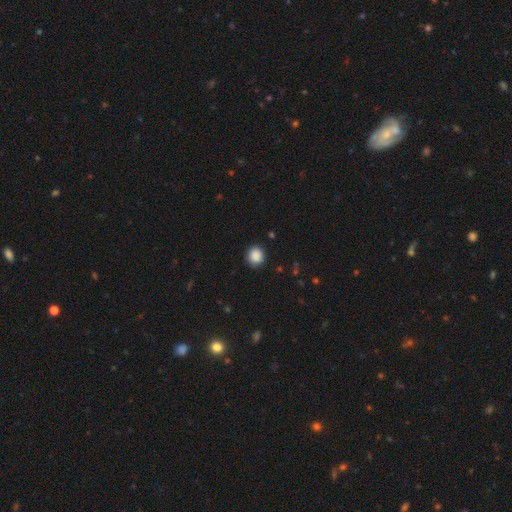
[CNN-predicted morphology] Smooth or featured? Predicted: smooth (p=0.88). How rounded? Predicted: round (p=0.85). Merging? Predicted: none (p=0.90).